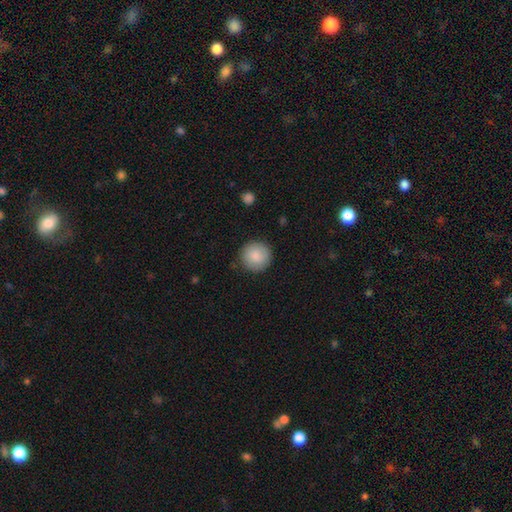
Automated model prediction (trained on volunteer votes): This appears to be a smooth galaxy with no disk features (86%) that is round (95%). Merging: none (88%).